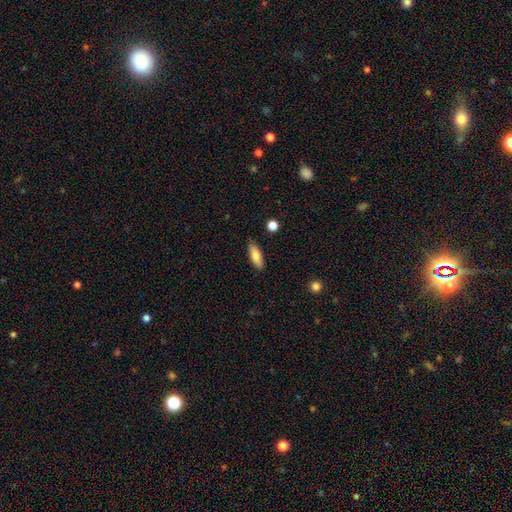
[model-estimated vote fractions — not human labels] A smooth galaxy with no disk features (81%) that is in between round and cigar-shaped (64%). Merging: none (85%).